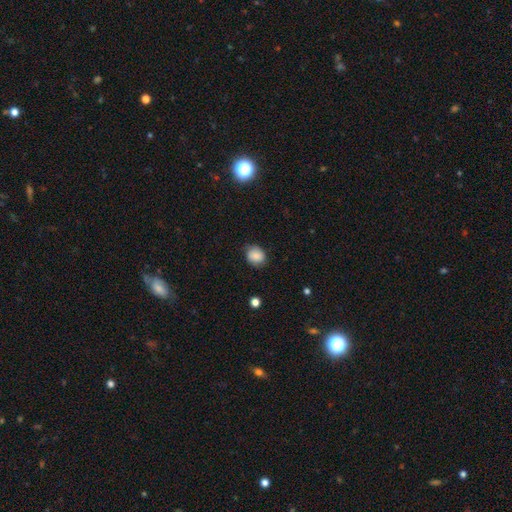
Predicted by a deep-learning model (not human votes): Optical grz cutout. It shows a smooth galaxy with no disk features (78%) that is round (67%). Merging: none (73%).